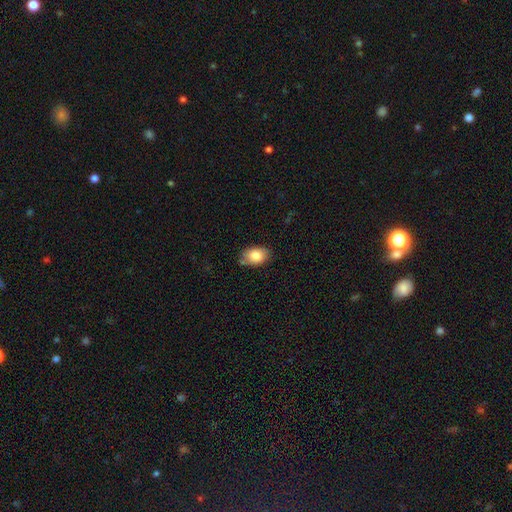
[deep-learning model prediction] This appears to be a smooth galaxy with no disk features (84%) that is in between round and cigar-shaped (83%). Merging: none (75%).